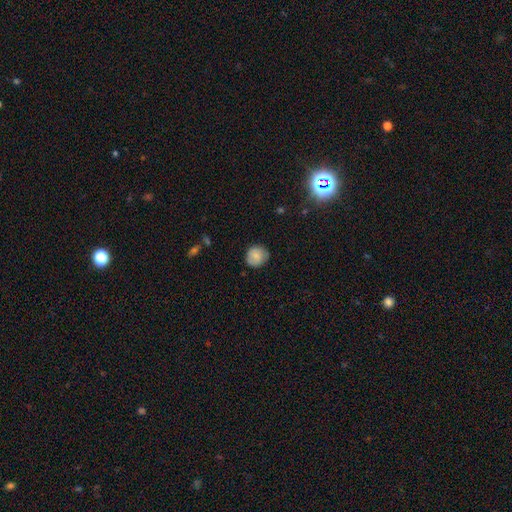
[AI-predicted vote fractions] A smooth galaxy with no disk features (79%) that is round (85%).

Vote fractions:
- Smooth or featured? smooth: 79% / featured or disk: 13% / star or artifact: 8%
- How rounded? round: 85% / in between: 14% / cigar-shaped: 1%
- Merging? none: 79% / minor disturbance: 16% / major disturbance: 3% / merger: 1%